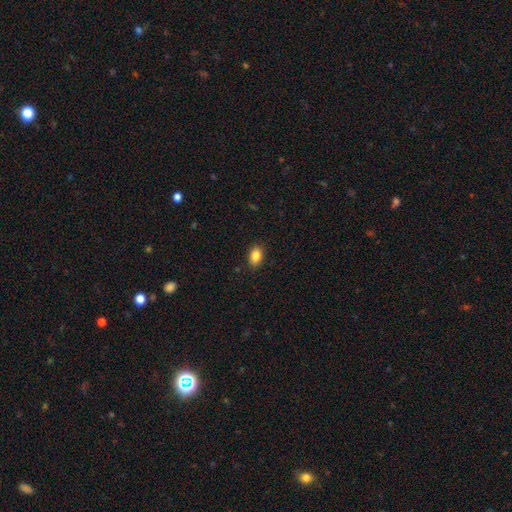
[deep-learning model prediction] The model was most divided on "how rounded": in between: 85%, round: 14%, cigar-shaped: 1%. More confident: merging — none (88%); smooth or featured — smooth (86%).